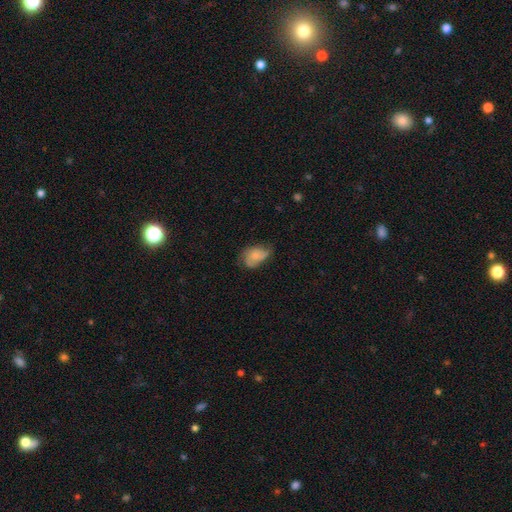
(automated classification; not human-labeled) A smooth galaxy with no disk features (56%) that is in between round and cigar-shaped (83%). Merging: none (43%).